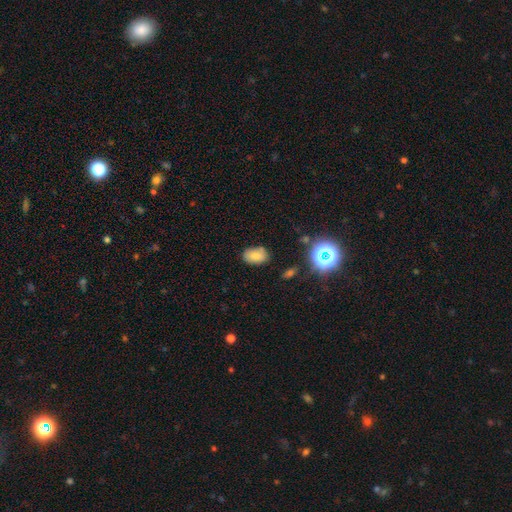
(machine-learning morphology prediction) This is likely a smooth galaxy (77%). How rounded: clearly in between (85%). Merging: clearly none (81%).